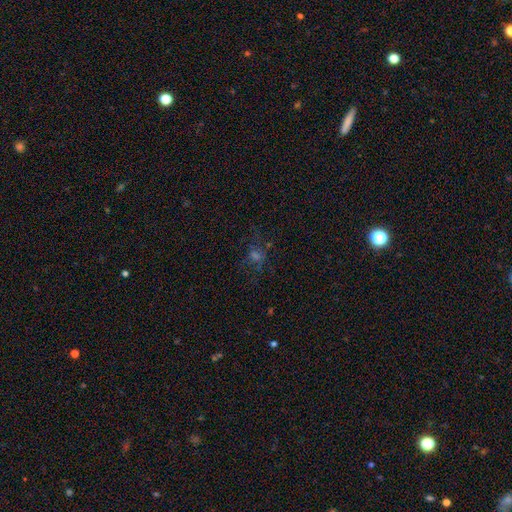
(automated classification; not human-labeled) A star or artifact, not a galaxy (43%).